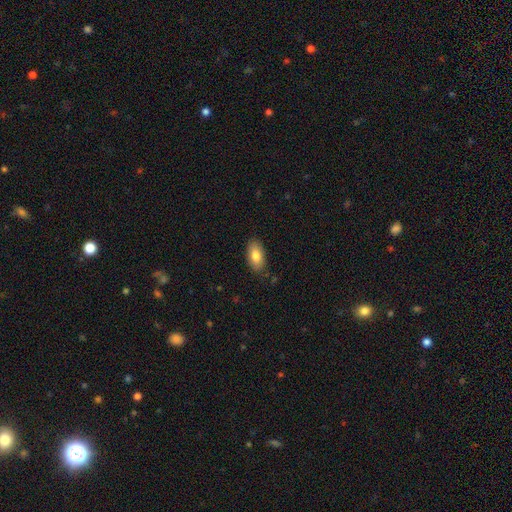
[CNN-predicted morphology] A smooth galaxy with no disk features (81%) that is in between round and cigar-shaped (93%).

Vote fractions:
- Smooth or featured? smooth: 81% / featured or disk: 12% / star or artifact: 7%
- How rounded? in between: 93% / round: 4% / cigar-shaped: 3%
- Merging? none: 86% / minor disturbance: 11% / major disturbance: 2% / merger: 1%